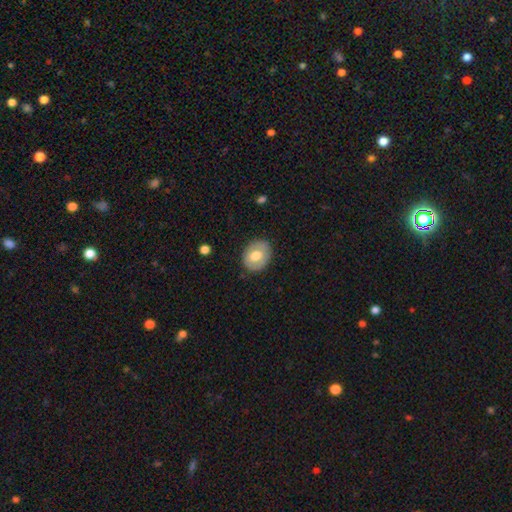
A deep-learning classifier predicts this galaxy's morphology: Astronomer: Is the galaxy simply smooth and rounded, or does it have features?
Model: smooth — 65%.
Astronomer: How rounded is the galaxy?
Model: round — 52% (runner-up: in between, 47%).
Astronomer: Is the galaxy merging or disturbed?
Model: none — 84%.